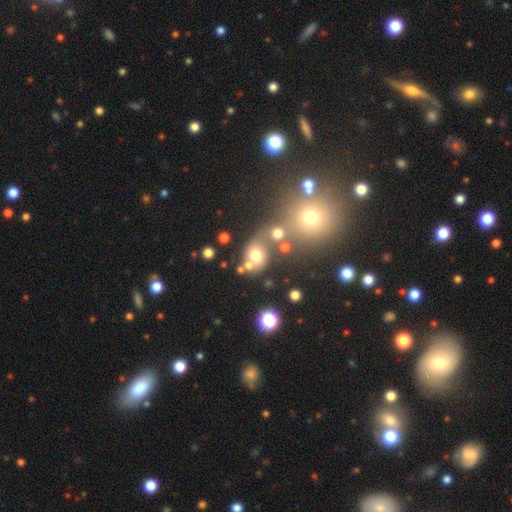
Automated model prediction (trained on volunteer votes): Smooth or featured?
  - smooth: 65% *
  - star or artifact: 20%
  - featured or disk: 16%
How rounded?
  - round: 64% *
  - in between: 35%
  - cigar-shaped: 1%
Merging?
  - none: 47% *
  - merger: 32%
  - minor disturbance: 13%
  - major disturbance: 8%